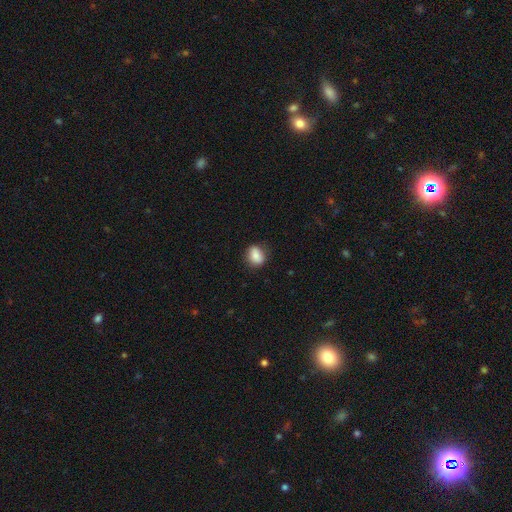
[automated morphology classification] type=smooth (83%); roundness=in between (50%); merging=none (80%).